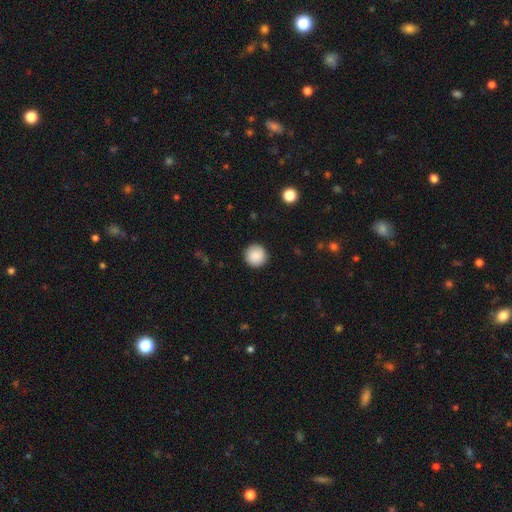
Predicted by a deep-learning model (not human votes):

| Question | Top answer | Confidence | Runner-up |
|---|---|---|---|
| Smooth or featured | smooth | 89% | star or artifact (7%) |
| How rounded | round | 96% | in between (3%) |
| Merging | none | 92% | minor disturbance (5%) |